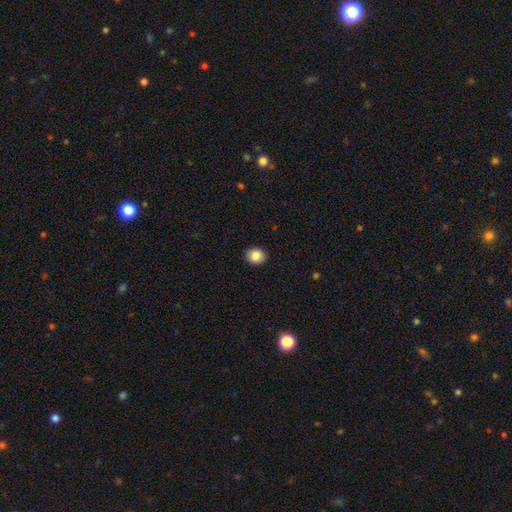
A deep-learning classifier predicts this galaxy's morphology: A smooth galaxy with no disk features (86%) that is round (77%). Merging: none (90%).